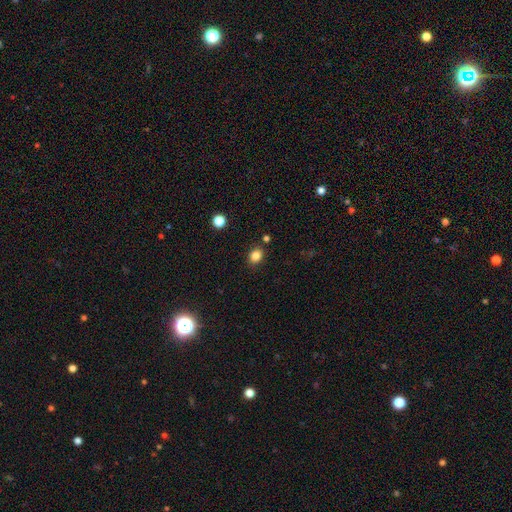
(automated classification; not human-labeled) smooth_or_featured: smooth (p=0.83) [alt: star or artifact p=0.12]
how_rounded: round (p=0.50) [alt: in between p=0.49]
merging: none (p=0.83) [alt: minor disturbance p=0.10]